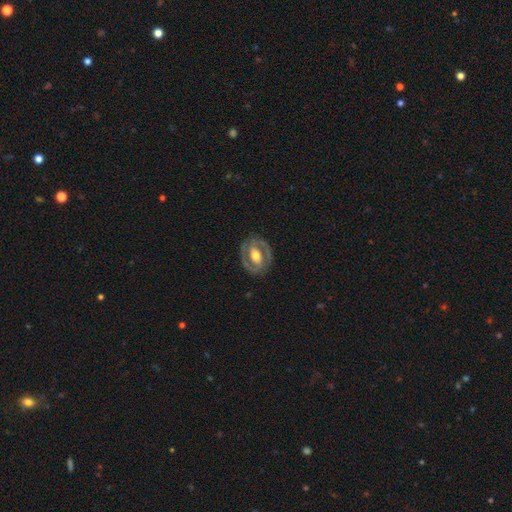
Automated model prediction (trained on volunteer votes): A featured or disk galaxy (74%) with a strong bar (34%, tied with weak), spiral arms (63%) and a moderate central bulge (65%). Merging: none (81%).